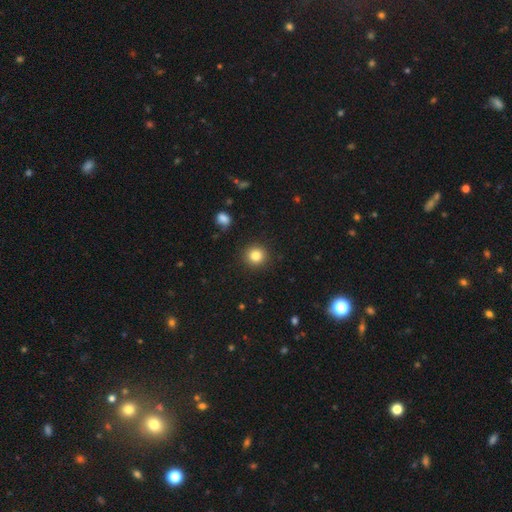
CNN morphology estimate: A smooth galaxy with no disk features (83%) that is round (93%).

Vote fractions:
- Smooth or featured? smooth: 83% / star or artifact: 11% / featured or disk: 6%
- How rounded? round: 93% / in between: 6% / cigar-shaped: 1%
- Merging? none: 91% / minor disturbance: 6% / major disturbance: 2% / merger: 1%